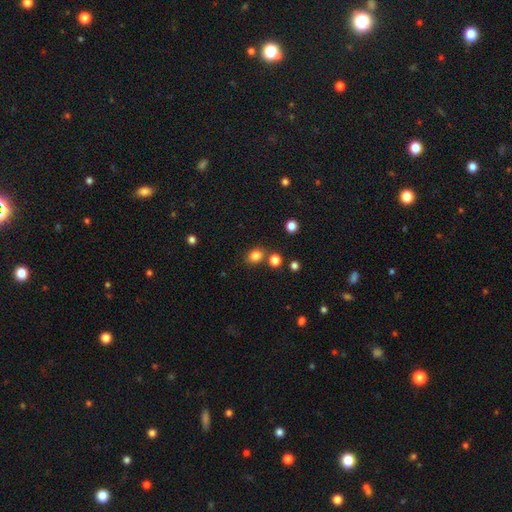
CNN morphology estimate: This appears to be a smooth galaxy with no disk features (82%) that is round (50%). Merging: none (73%).